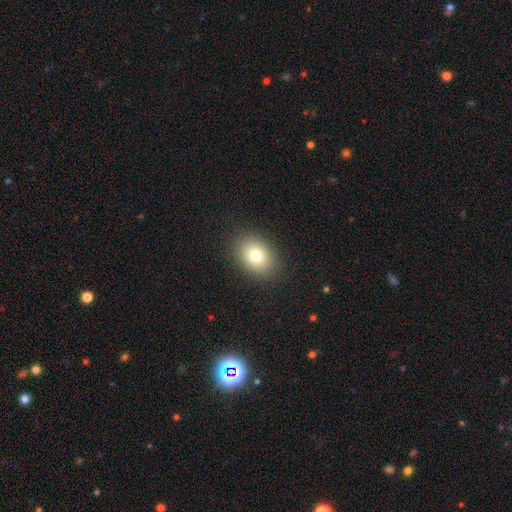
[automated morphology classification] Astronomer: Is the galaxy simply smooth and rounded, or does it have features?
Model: smooth — 78%.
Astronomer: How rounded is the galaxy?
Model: in between — 64%.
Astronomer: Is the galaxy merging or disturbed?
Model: none — 88%.